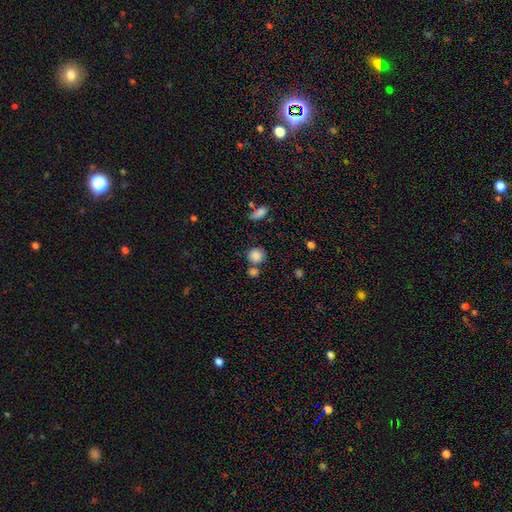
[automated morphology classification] Q: Smooth or featured?
A: smooth (84%); runner-up: star or artifact (10%)
Q: How rounded?
A: round (87%); runner-up: in between (12%)
Q: Merging?
A: none (63%); runner-up: merger (21%)